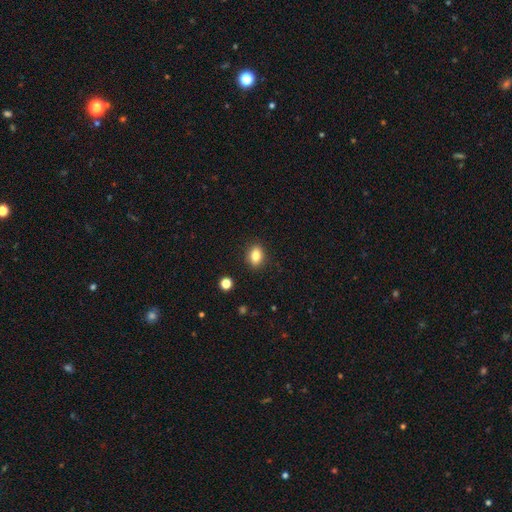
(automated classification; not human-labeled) smooth-or-featured: smooth: 83% | star or artifact: 10% | featured or disk: 7%
  how-rounded: in between: 74% | round: 23% | cigar-shaped: 2%
  merging: none: 88% | minor disturbance: 8% | major disturbance: 2% | merger: 1%